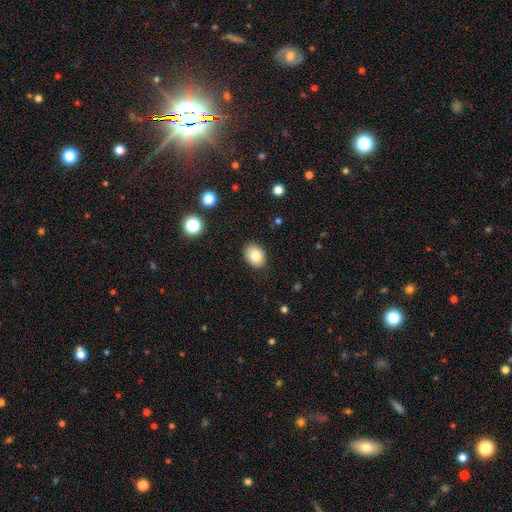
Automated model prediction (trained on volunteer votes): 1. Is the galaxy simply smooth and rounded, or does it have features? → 82% smooth, 9% featured or disk, 9% star or artifact.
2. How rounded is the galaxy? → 70% in between, 29% round, 1% cigar-shaped.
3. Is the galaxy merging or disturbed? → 86% none, 11% minor disturbance, 2% major disturbance, 1% merger.